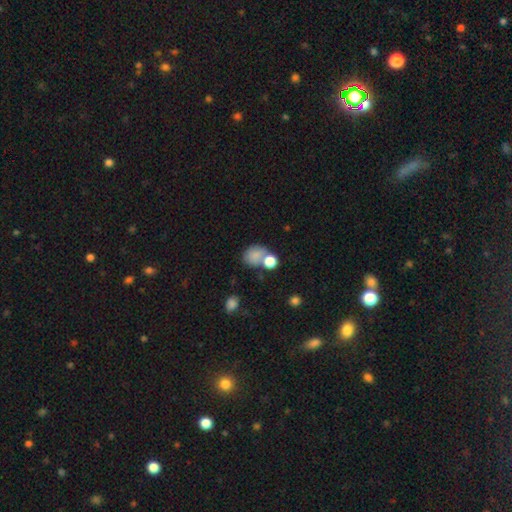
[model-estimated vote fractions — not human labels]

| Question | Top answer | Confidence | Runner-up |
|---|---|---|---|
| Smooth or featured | smooth | 77% | star or artifact (12%) |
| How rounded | round | 52% | in between (47%) |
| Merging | none | 41% | merger (33%) |